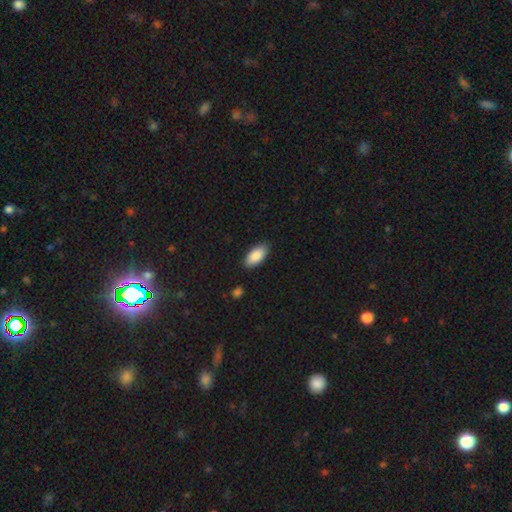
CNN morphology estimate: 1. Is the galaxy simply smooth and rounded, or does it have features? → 88% smooth, 6% star or artifact, 6% featured or disk.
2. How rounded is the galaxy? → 92% in between, 6% cigar-shaped, 2% round.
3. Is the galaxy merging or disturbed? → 88% none, 9% minor disturbance, 2% major disturbance, 1% merger.